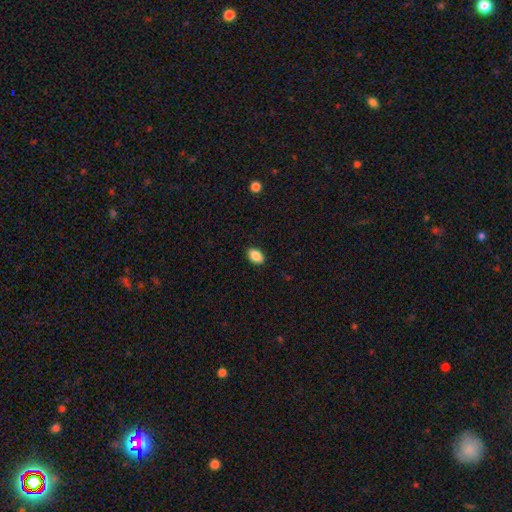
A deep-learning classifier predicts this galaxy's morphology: type=smooth (88%); roundness=in between (89%); merging=none (90%).